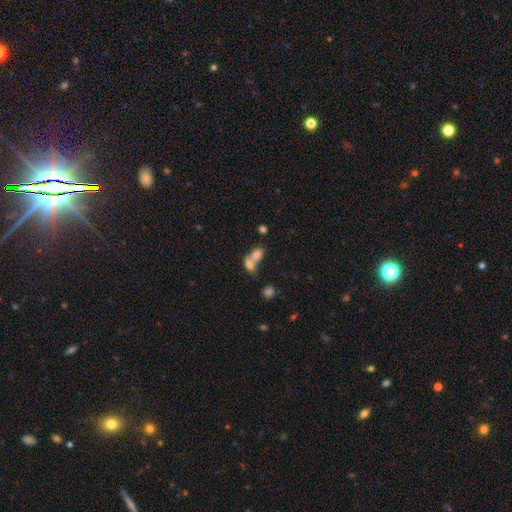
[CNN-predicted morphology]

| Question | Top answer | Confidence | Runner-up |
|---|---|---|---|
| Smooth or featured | smooth | 73% | featured or disk (17%) |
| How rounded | in between | 70% | round (26%) |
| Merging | merger | 72% | none (18%) |